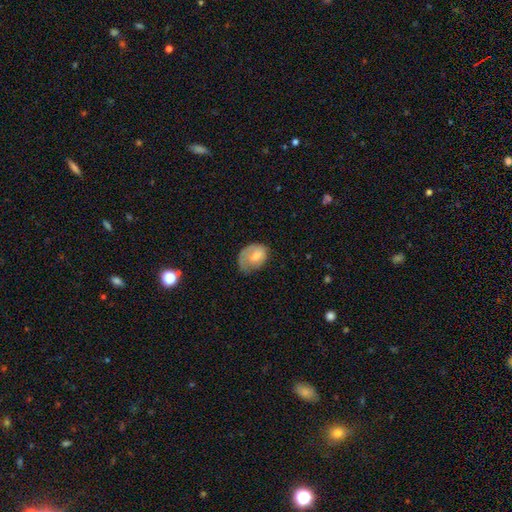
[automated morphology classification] Smooth or featured? Predicted: smooth (p=0.65). How rounded? Predicted: in between (p=0.71). Merging? Predicted: none (p=0.38).